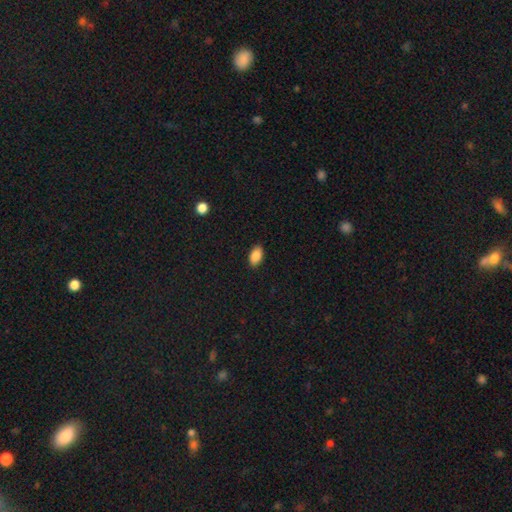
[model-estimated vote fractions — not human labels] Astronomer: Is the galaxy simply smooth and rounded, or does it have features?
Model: smooth — 88%.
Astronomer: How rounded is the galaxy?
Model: in between — 93%.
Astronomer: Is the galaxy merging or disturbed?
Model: none — 89%.